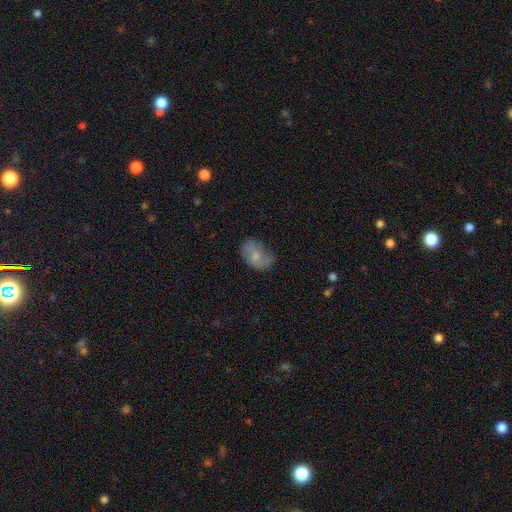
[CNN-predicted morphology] smooth 63%, featured or disk 28%, star or artifact 8%. Down the decision tree: how rounded — in between (82%); merging — none (50%).